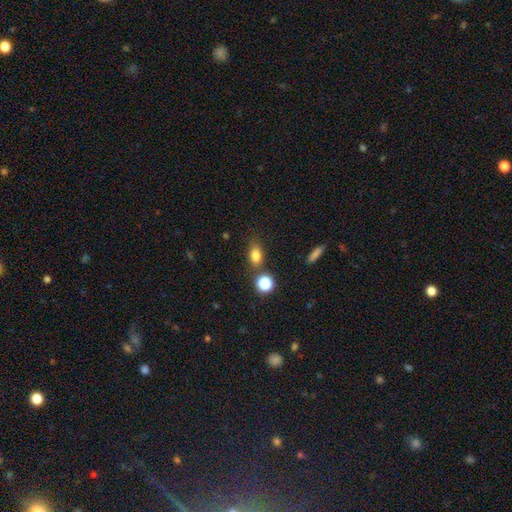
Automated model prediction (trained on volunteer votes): Overall: smooth (79%). How rounded: in between (69%). Merging: none (70%).